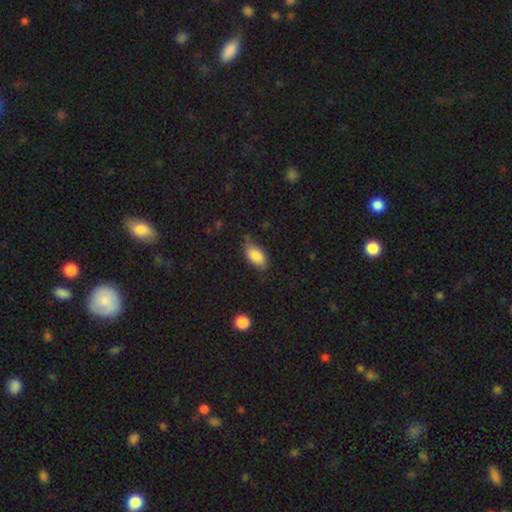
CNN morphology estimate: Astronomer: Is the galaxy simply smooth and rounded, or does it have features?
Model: smooth — 86%.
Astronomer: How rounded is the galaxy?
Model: in between — 93%.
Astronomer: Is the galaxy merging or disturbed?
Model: none — 70%.